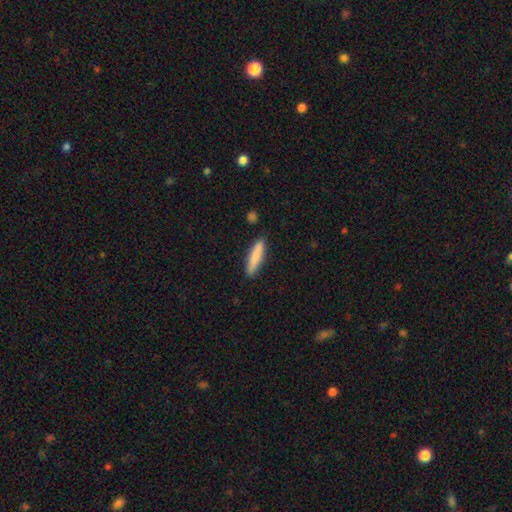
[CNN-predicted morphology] This appears to be a smooth galaxy with no disk features (84%) that is cigar-shaped (81%). Merging: none (87%).